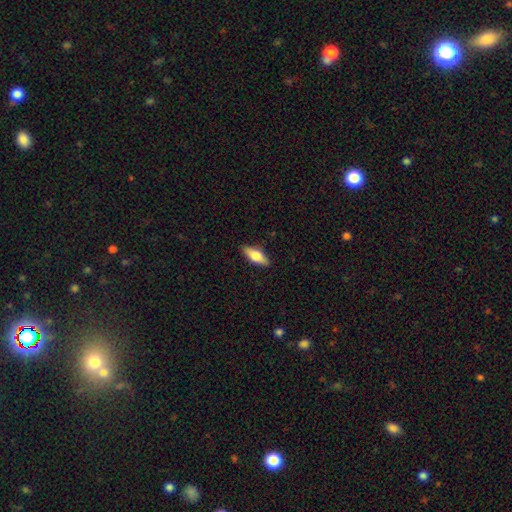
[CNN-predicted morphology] smooth-or-featured: smooth: 65% | featured or disk: 29% | star or artifact: 6%
  how-rounded: in between: 70% | cigar-shaped: 27% | round: 3%
  merging: none: 88% | minor disturbance: 9% | major disturbance: 2% | merger: 1%